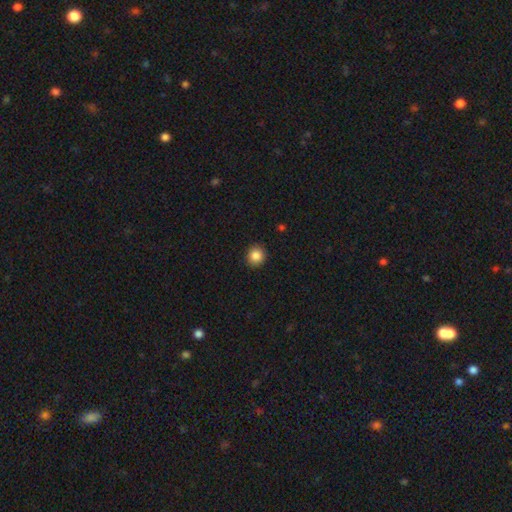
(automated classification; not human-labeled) smooth 86%, star or artifact 10%, featured or disk 4%. Down the decision tree: how rounded — round (90%); merging — none (92%).